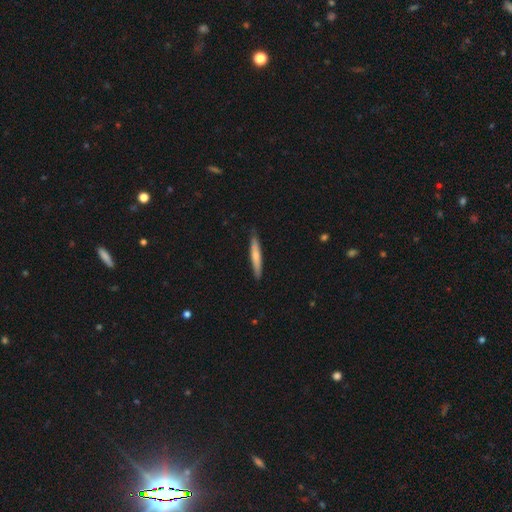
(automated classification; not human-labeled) The model was most divided on "smooth or featured": smooth: 65%, featured or disk: 30%, star or artifact: 5%. More confident: how rounded — cigar-shaped (94%); merging — none (88%).